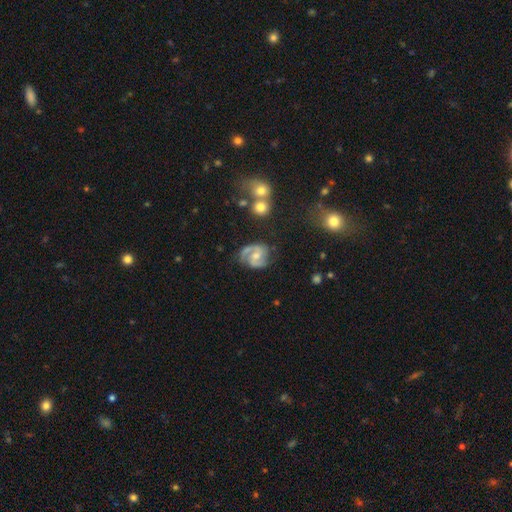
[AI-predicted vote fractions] featured or disk 86%, smooth 9%, star or artifact 6%. Down the decision tree: edge-on disk — no (98%); bar — weak (46%); spiral arms — yes (97%); spiral arm count — 2 (88%); spiral winding — medium (55%); bulge size — moderate (53%); merging — none (70%).